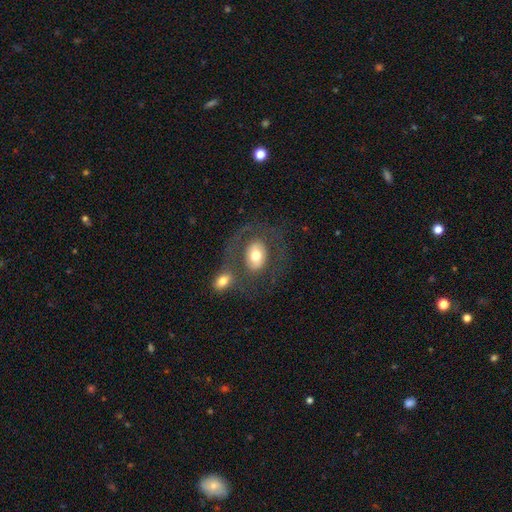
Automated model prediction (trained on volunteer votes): smooth_or_featured: smooth (p=0.58) [alt: featured or disk p=0.35]
how_rounded: in between (p=0.70) [alt: round p=0.29]
merging: none (p=0.50) [alt: merger p=0.22]